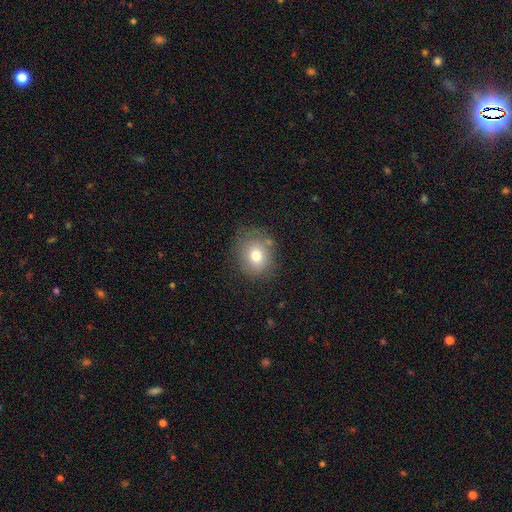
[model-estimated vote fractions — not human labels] A smooth galaxy with no disk features (76%) that is round (62%).

Vote fractions:
- Smooth or featured? smooth: 76% / featured or disk: 14% / star or artifact: 11%
- How rounded? round: 62% / in between: 37% / cigar-shaped: 1%
- Merging? none: 69% / minor disturbance: 20% / major disturbance: 7% / merger: 3%